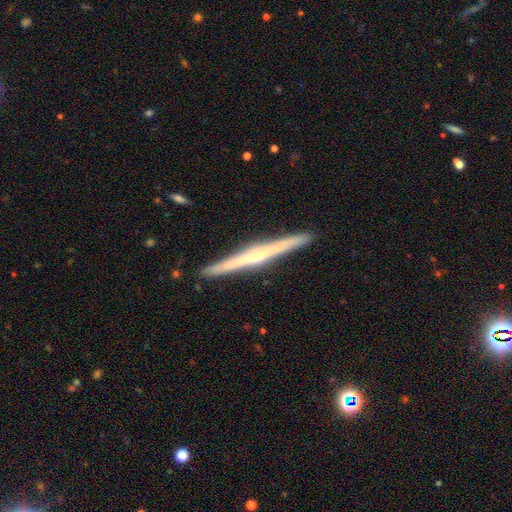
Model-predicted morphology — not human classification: Smooth or featured? featured or disk (73%)
Edge-on disk? yes (98%)
Edge-on bulge? rounded (61%)
Merging? none (92%)